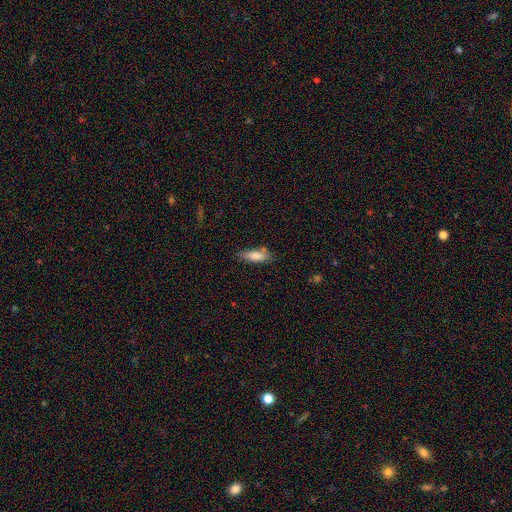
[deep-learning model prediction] Morphology: type=smooth (79%); roundness=in between (58%); merging=none (73%).